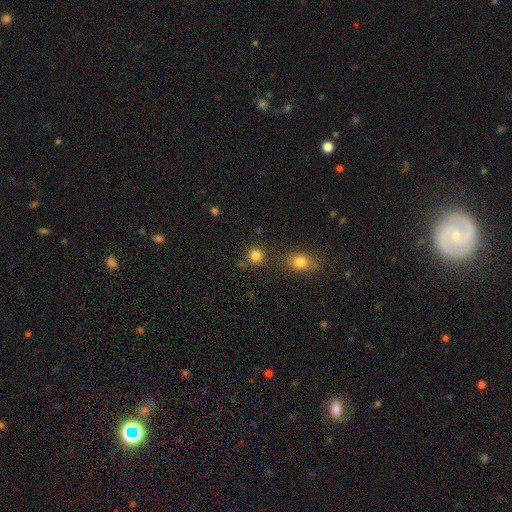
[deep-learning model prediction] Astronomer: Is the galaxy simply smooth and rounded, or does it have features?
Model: smooth — 83%.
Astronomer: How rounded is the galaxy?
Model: round — 91%.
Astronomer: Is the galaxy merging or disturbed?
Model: none — 77%.